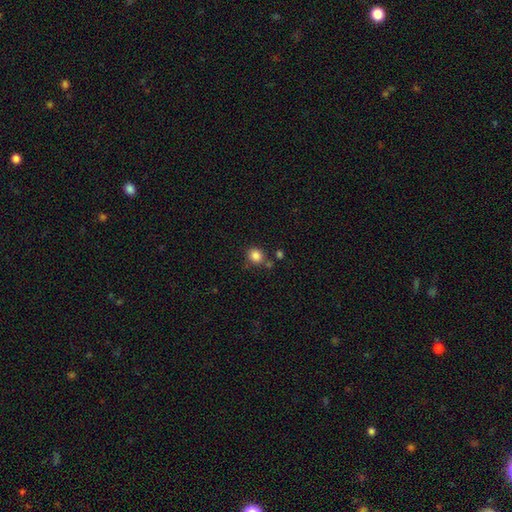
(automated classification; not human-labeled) A smooth galaxy with no disk features (85%) that is round (80%). Merging: none (74%).